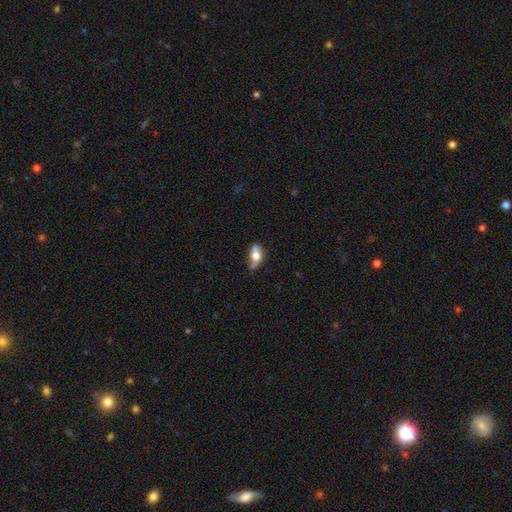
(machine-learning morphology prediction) smooth_or_featured: smooth (p=0.58) [alt: featured or disk p=0.35]
how_rounded: in between (p=0.83) [alt: cigar-shaped p=0.09]
merging: none (p=0.51) [alt: minor disturbance p=0.33]